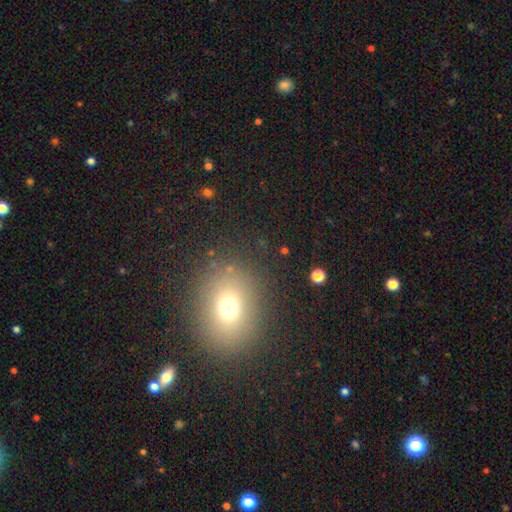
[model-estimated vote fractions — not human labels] smooth-or-featured: smooth: 65% | star or artifact: 24% | featured or disk: 11%
  how-rounded: in between: 50% | round: 49% | cigar-shaped: 2%
  merging: none: 88% | minor disturbance: 7% | major disturbance: 3% | merger: 2%